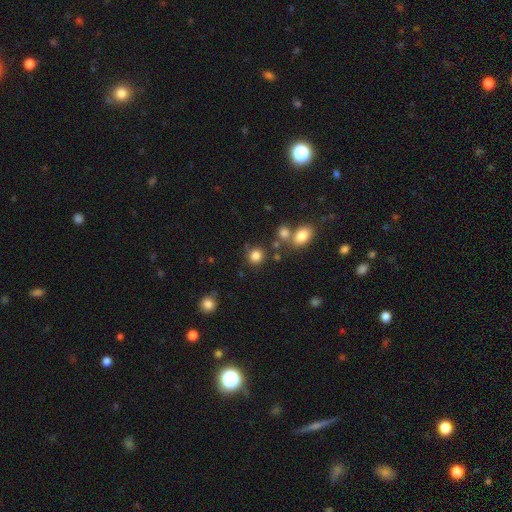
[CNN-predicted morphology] Smooth or featured? smooth (82%)
How rounded? round (86%)
Merging? none (76%)